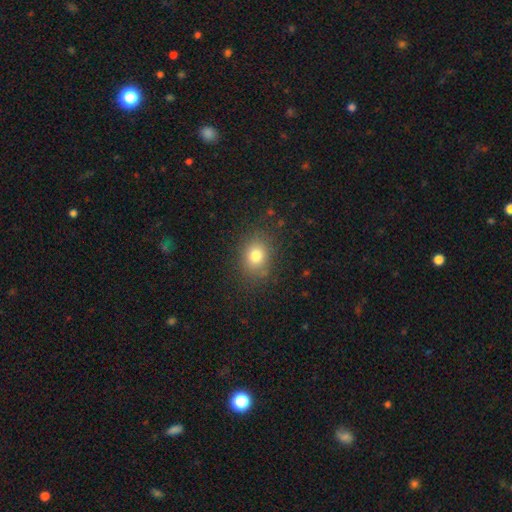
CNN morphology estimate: Smooth or featured?
  - smooth: 78% *
  - star or artifact: 13%
  - featured or disk: 9%
How rounded?
  - round: 52% *
  - in between: 47%
  - cigar-shaped: 1%
Merging?
  - none: 83% *
  - minor disturbance: 11%
  - major disturbance: 4%
  - merger: 1%